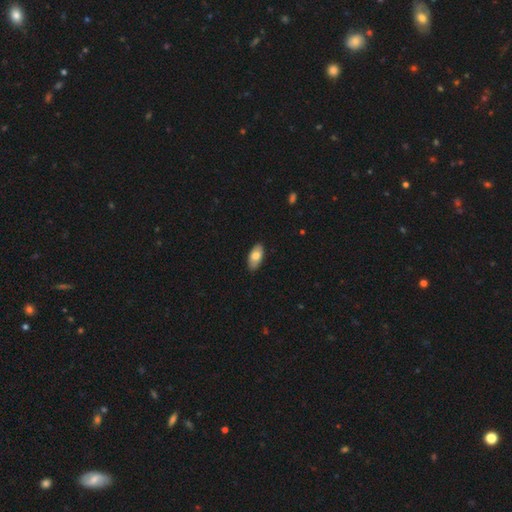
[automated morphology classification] type=smooth (76%); roundness=in between (92%); merging=none (87%).